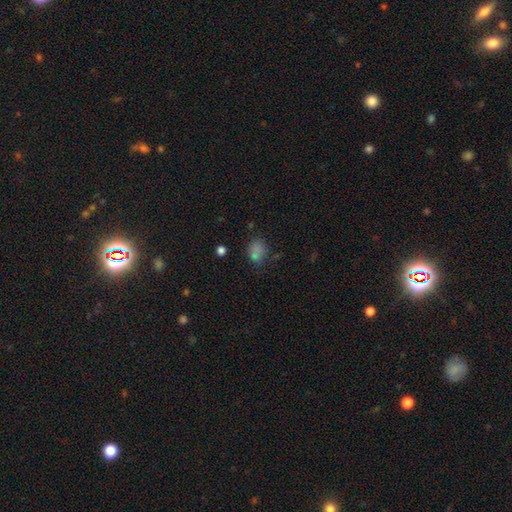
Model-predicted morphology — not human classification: Smooth or featured?
  - smooth: 73% *
  - star or artifact: 19%
  - featured or disk: 9%
How rounded?
  - in between: 62% *
  - round: 36%
  - cigar-shaped: 2%
Merging?
  - none: 61% *
  - minor disturbance: 20%
  - merger: 9%
  - major disturbance: 9%